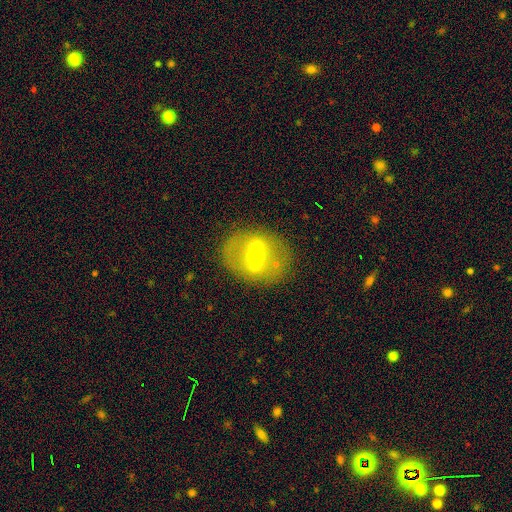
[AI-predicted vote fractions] A featured or disk galaxy (67%) with a strong bar (66%), no spiral arms (84%) and a moderate central bulge (50%). Merging: none (81%).